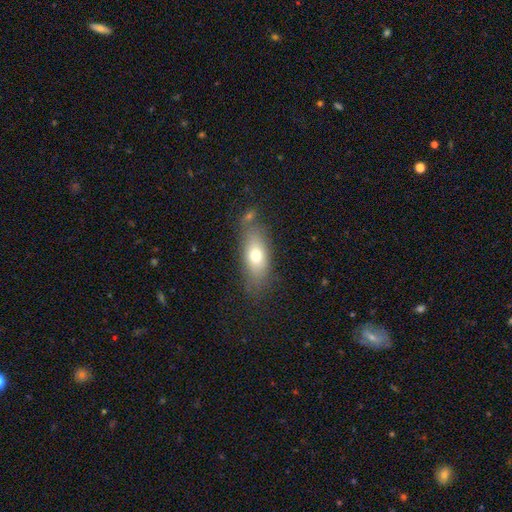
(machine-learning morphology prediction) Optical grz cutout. It shows a smooth galaxy with no disk features (69%) that is in between round and cigar-shaped (75%). Merging: none (70%).